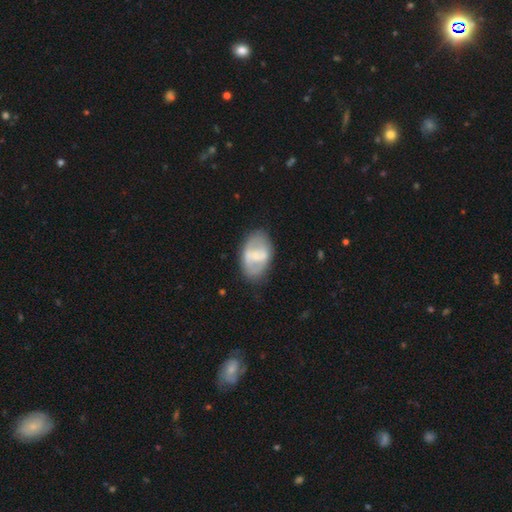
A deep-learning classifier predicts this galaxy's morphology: This is possibly a featured or disk galaxy (49%). Merging: likely none (60%).